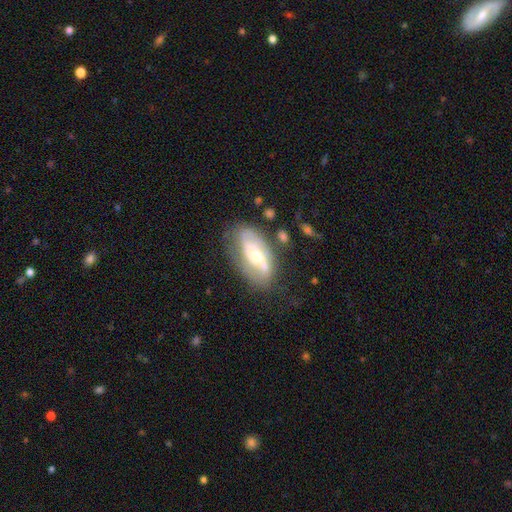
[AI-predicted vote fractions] The model was most divided on "bar": no: 41%, weak: 40%, strong: 20%. Remaining: edge-on disk — no (91%); spiral arms — yes (84%); spiral arm count — 2 (72%); smooth or featured — featured or disk (71%); merging — none (62%); bulge size — moderate (53%); spiral winding — loose (41%).